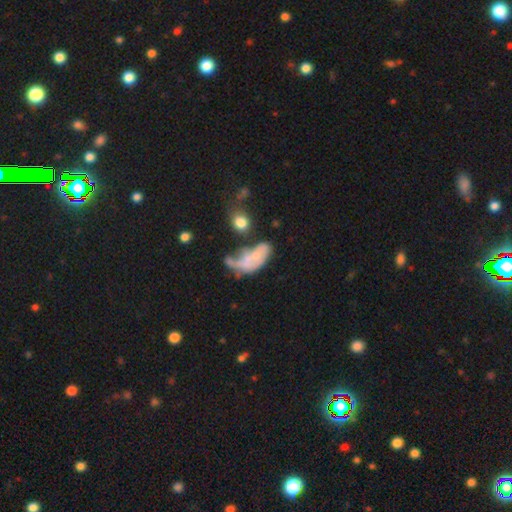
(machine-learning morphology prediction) A featured or disk galaxy (48%).

Vote fractions:
- Smooth or featured? featured or disk: 48% / smooth: 42% / star or artifact: 10%
- Merging? merger: 35% / major disturbance: 32% / minor disturbance: 17% / none: 16%